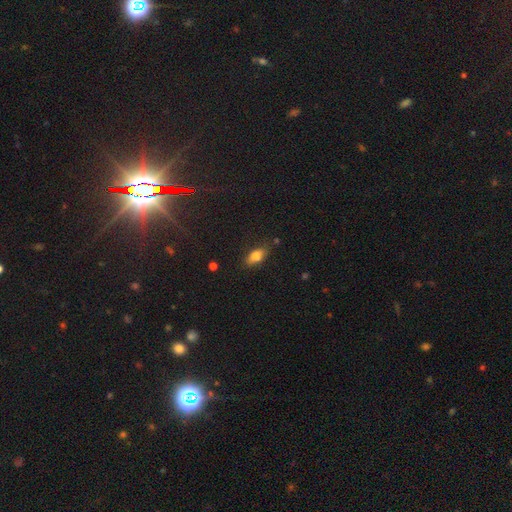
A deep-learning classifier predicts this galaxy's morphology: The model was most divided on "merging": none: 71%, minor disturbance: 21%, major disturbance: 5%, merger: 3%. More confident: how rounded — in between (81%); smooth or featured — smooth (76%).